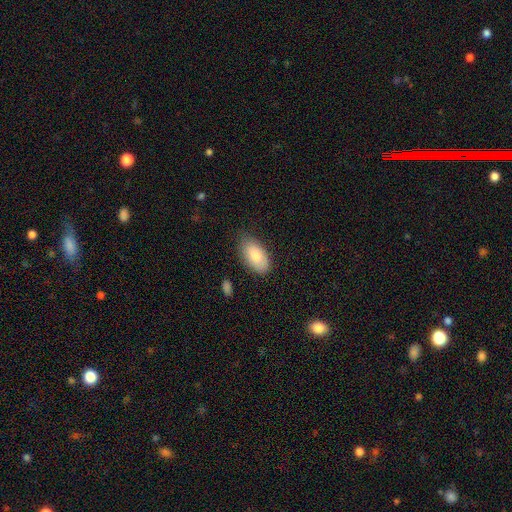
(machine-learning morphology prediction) smooth_or_featured: smooth (p=0.82) [alt: featured or disk p=0.12]
how_rounded: in between (p=0.95) [alt: round p=0.03]
merging: none (p=0.75) [alt: minor disturbance p=0.19]